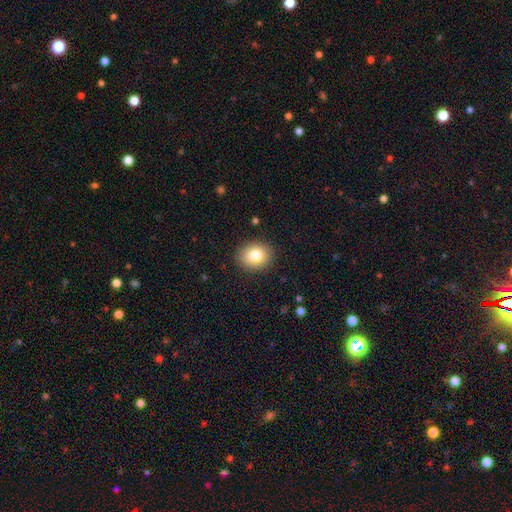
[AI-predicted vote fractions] smooth 81%, featured or disk 10%, star or artifact 9%. Down the decision tree: how rounded — round (59%); merging — none (89%).